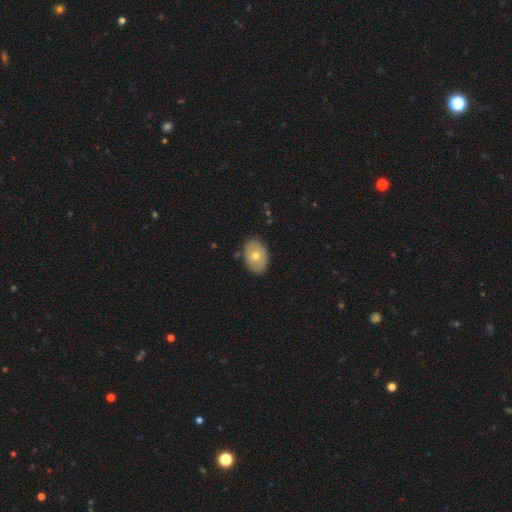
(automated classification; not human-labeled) Smooth or featured? Predicted: smooth (p=0.60). How rounded? Predicted: in between (p=0.83). Merging? Predicted: none (p=0.86).